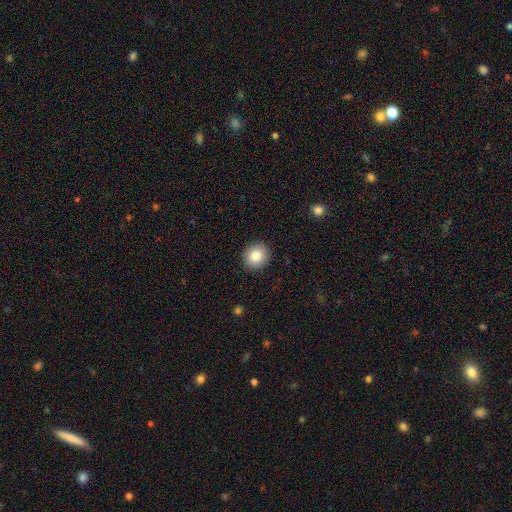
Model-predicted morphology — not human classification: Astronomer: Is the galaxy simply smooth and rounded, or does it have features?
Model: smooth — 85%.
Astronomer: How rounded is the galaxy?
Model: round — 88%.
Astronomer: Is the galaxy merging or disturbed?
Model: none — 91%.